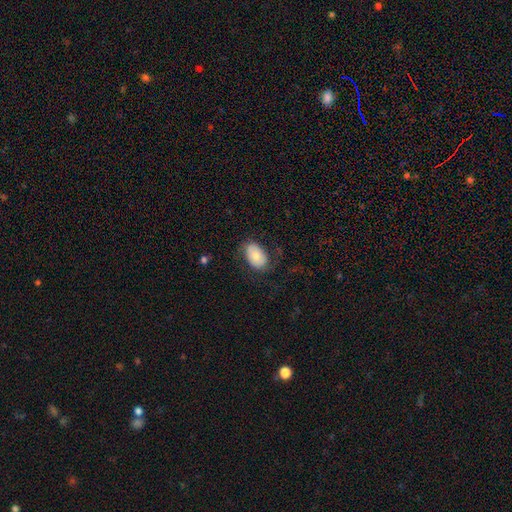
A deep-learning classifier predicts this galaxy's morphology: This appears to be a smooth galaxy with no disk features (71%) that is in between round and cigar-shaped (89%). Merging: none (66%).